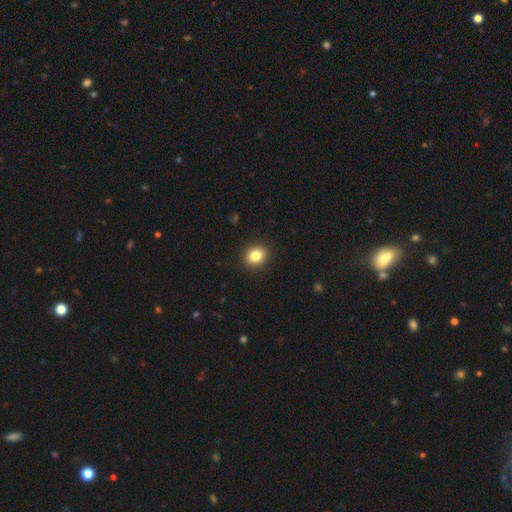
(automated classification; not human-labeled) This is clearly a smooth galaxy (84%). How rounded: possibly round (55%). Merging: clearly none (91%).